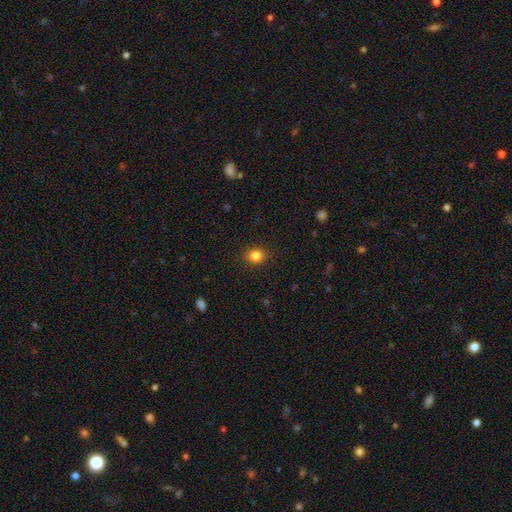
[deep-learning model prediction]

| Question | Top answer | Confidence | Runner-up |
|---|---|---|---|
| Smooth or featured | smooth | 84% | star or artifact (12%) |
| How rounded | round | 80% | in between (20%) |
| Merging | none | 90% | minor disturbance (7%) |